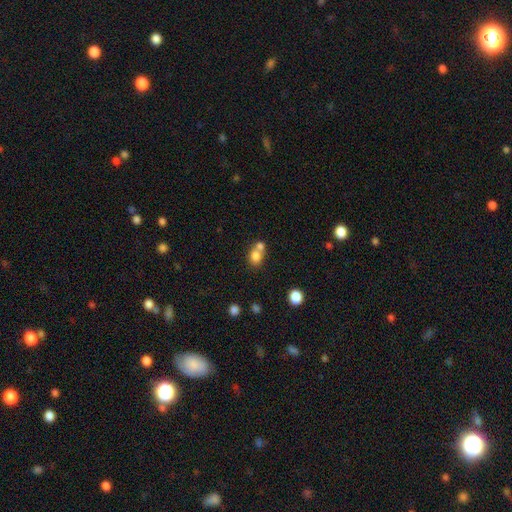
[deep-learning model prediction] smooth 78%, featured or disk 11%, star or artifact 11%. Down the decision tree: how rounded — round (59%); merging — merger (53%).